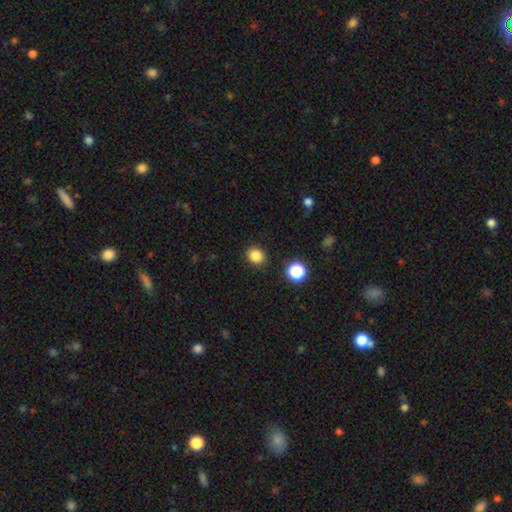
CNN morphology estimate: Smooth or featured: smooth — 84% (star or artifact — 12%)
How rounded: round — 72% (in between — 27%)
Merging: none — 89% (minor disturbance — 7%)